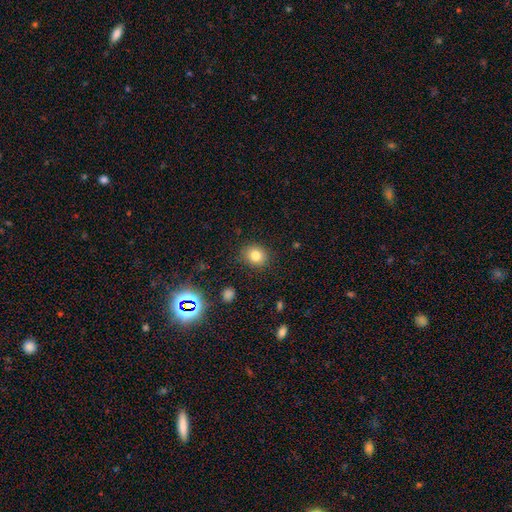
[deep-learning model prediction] smooth_or_featured: smooth (p=0.80) [alt: star or artifact p=0.13]
how_rounded: round (p=0.68) [alt: in between p=0.31]
merging: none (p=0.86) [alt: minor disturbance p=0.10]